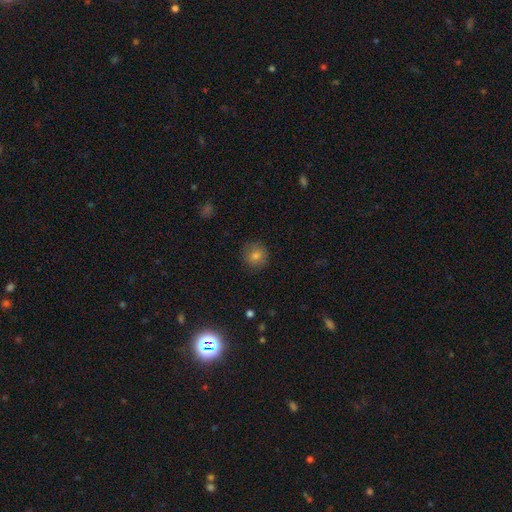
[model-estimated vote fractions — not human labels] smooth 77%, star or artifact 14%, featured or disk 9%. Down the decision tree: how rounded — round (93%); merging — none (87%).